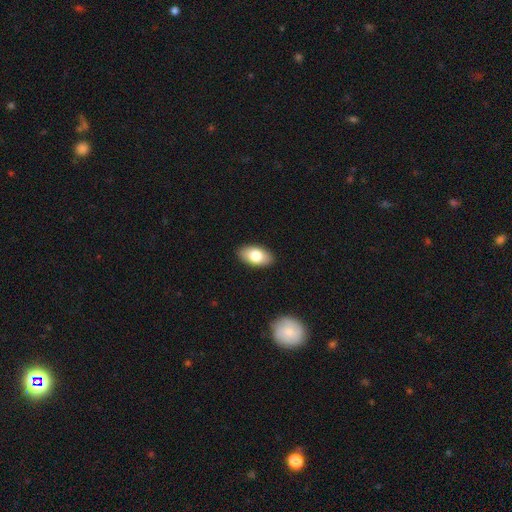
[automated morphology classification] type=smooth (79%); roundness=in between (93%); merging=none (89%).